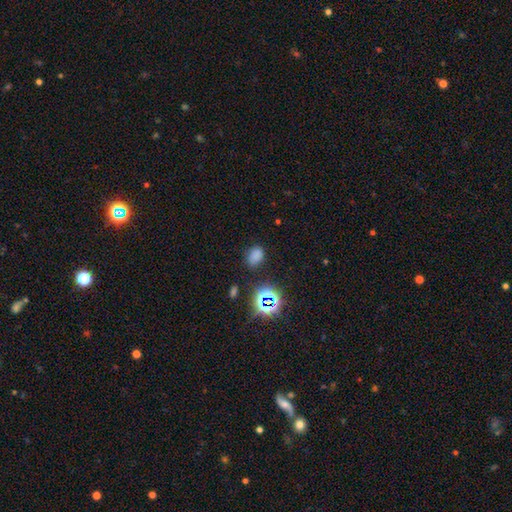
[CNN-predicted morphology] Smooth or featured? Predicted: smooth (p=0.69). How rounded? Predicted: in between (p=0.74). Merging? Predicted: none (p=0.76).